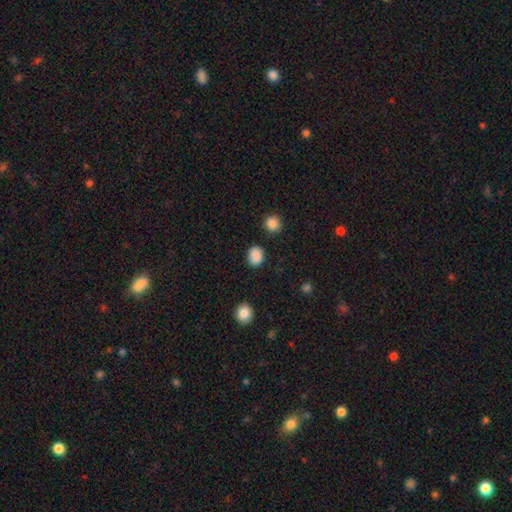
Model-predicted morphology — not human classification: This appears to be a smooth galaxy with no disk features (87%) that is in between round and cigar-shaped (51%). Merging: none (84%).